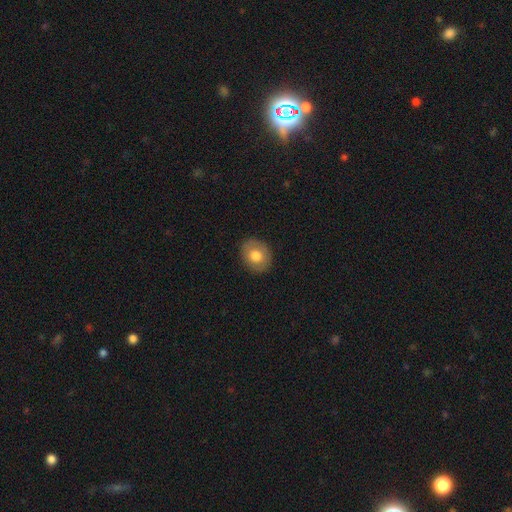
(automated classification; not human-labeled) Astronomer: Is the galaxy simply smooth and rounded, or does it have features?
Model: smooth — 73%.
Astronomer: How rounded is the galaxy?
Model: round — 61% (runner-up: in between, 38%).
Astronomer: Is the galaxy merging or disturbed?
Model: none — 87%.